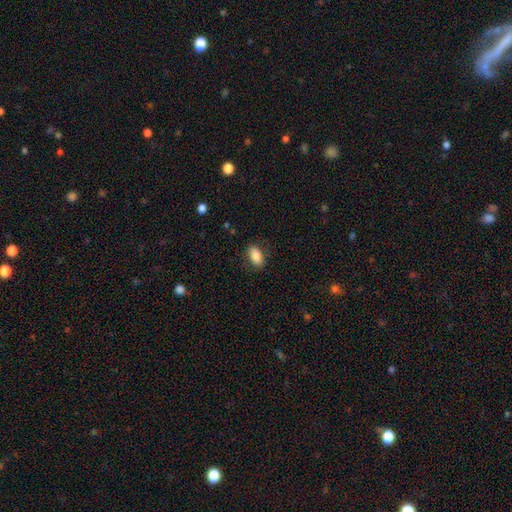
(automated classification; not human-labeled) A smooth galaxy with no disk features (85%) that is in between round and cigar-shaped (91%).

Vote fractions:
- Smooth or featured? smooth: 85% / featured or disk: 8% / star or artifact: 7%
- How rounded? in between: 91% / round: 5% / cigar-shaped: 4%
- Merging? none: 83% / minor disturbance: 12% / major disturbance: 3% / merger: 1%